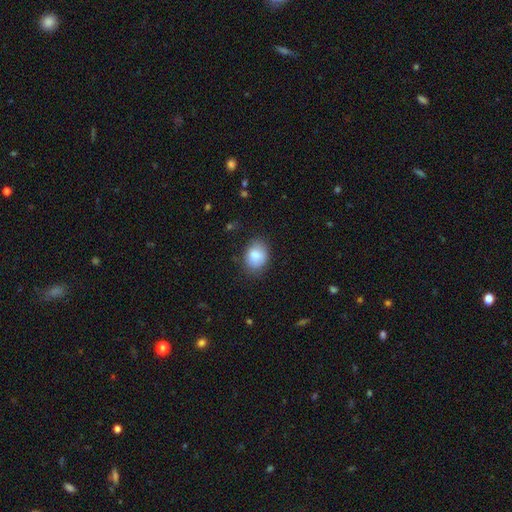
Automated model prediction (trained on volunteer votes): smooth-or-featured: smooth: 85% | featured or disk: 8% | star or artifact: 7%
  how-rounded: in between: 62% | round: 37% | cigar-shaped: 1%
  merging: none: 74% | minor disturbance: 19% | major disturbance: 5% | merger: 2%